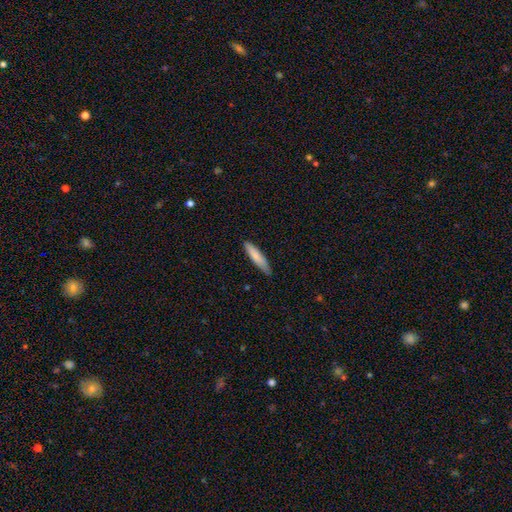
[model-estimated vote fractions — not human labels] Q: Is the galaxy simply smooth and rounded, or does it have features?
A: smooth — 81%.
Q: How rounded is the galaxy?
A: cigar-shaped — 81%.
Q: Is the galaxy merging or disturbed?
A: none — 80%.